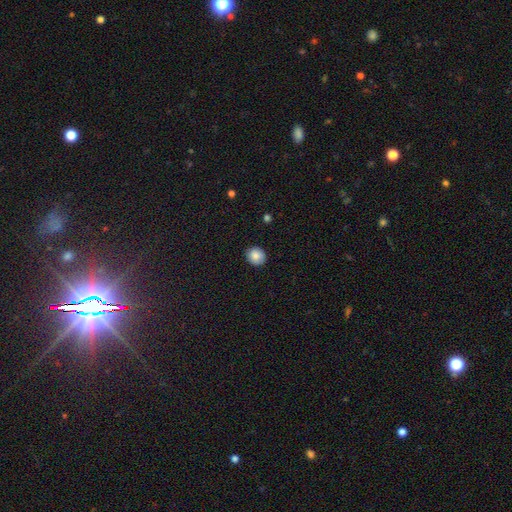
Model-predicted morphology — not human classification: smooth-or-featured: smooth: 83% | star or artifact: 9% | featured or disk: 9%
  how-rounded: round: 79% | in between: 21% | cigar-shaped: 1%
  merging: none: 87% | minor disturbance: 10% | major disturbance: 2% | merger: 1%